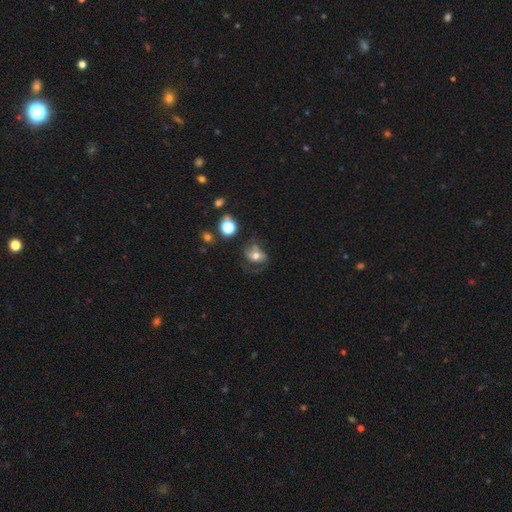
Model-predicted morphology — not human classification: A smooth galaxy with no disk features (48%).

Vote fractions:
- Smooth or featured? smooth: 48% / featured or disk: 39% / star or artifact: 12%
- Merging? none: 40% / major disturbance: 30% / minor disturbance: 25% / merger: 5%